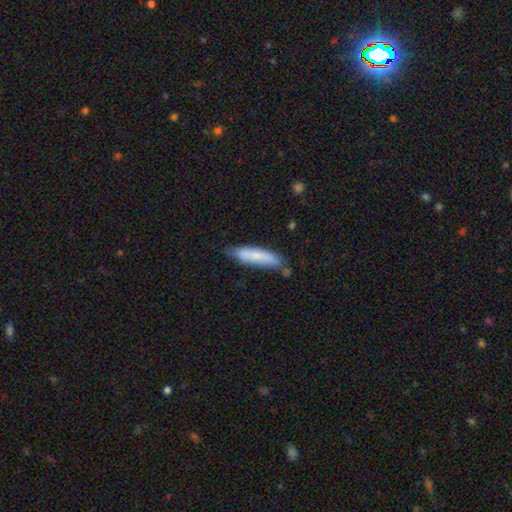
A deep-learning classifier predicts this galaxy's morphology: smooth 72%, featured or disk 22%, star or artifact 6%. Down the decision tree: how rounded — cigar-shaped (78%); merging — none (61%).